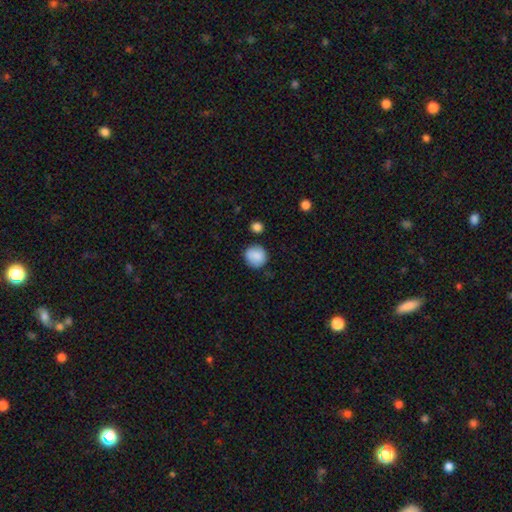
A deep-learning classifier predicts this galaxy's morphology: Q: Smooth or featured?
A: smooth (86%); runner-up: star or artifact (8%)
Q: How rounded?
A: round (89%); runner-up: in between (10%)
Q: Merging?
A: none (80%); runner-up: minor disturbance (13%)